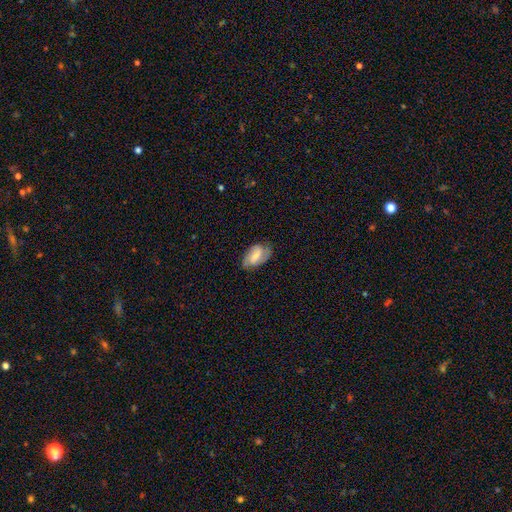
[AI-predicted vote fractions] This is possibly a featured or disk galaxy (47%). Merging: likely none (68%).